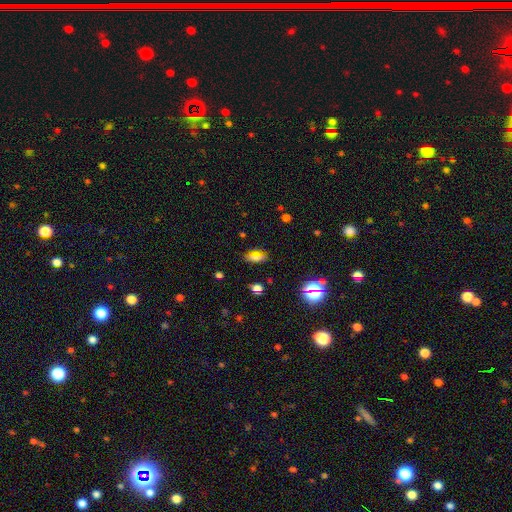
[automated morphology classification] smooth_or_featured: smooth (p=0.64) [alt: featured or disk p=0.19]
how_rounded: in between (p=0.79) [alt: cigar-shaped p=0.13]
merging: none (p=0.84) [alt: minor disturbance p=0.12]